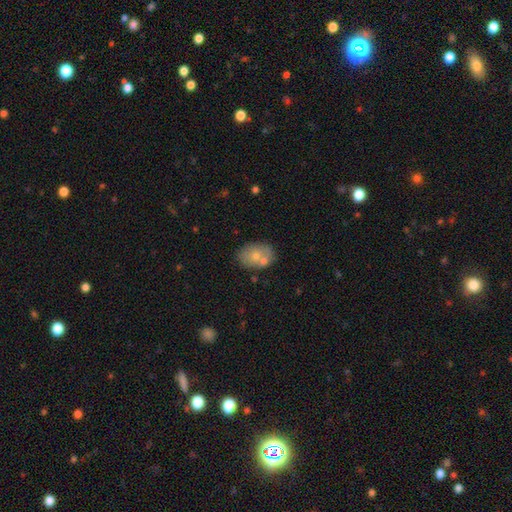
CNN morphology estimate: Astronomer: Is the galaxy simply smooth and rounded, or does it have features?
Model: smooth — 66%.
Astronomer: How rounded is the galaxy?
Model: in between — 77%.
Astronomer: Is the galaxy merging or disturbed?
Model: none — 63%.